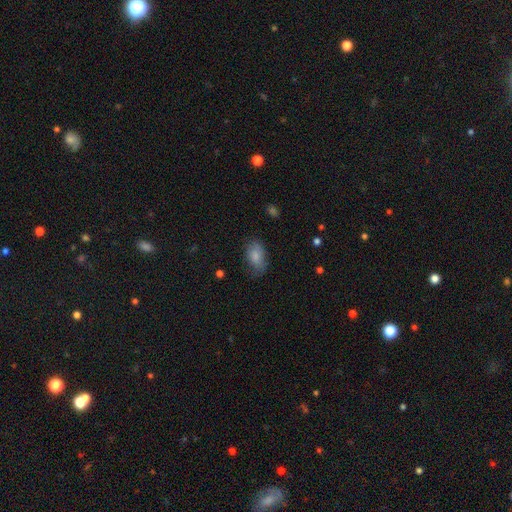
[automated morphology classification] This is clearly a smooth galaxy (82%). How rounded: clearly in between (90%). Merging: likely none (64%).